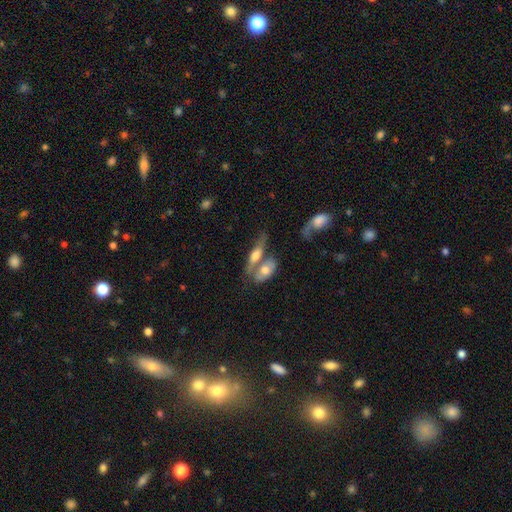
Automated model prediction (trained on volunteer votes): smooth-or-featured: smooth: 48% | featured or disk: 44% | star or artifact: 8%
  merging: merger: 51% | none: 31% | minor disturbance: 11% | major disturbance: 7%